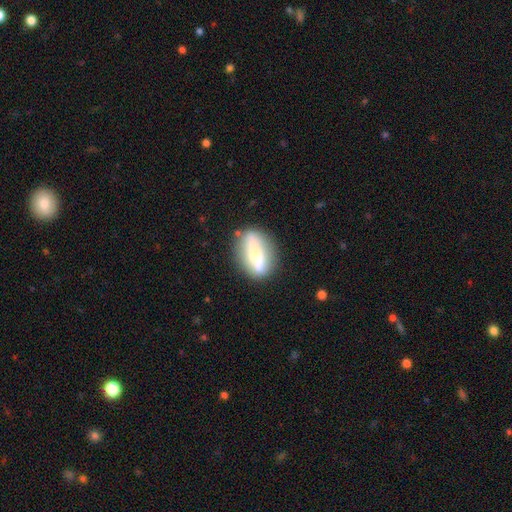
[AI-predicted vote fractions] The model was most divided on "smooth or featured": featured or disk: 50%, smooth: 42%, star or artifact: 8%. More confident: merging — none (73%).